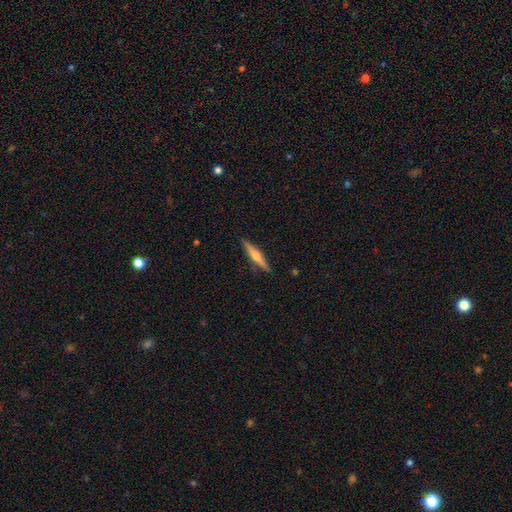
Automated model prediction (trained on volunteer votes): This appears to be a featured or disk galaxy (66%) viewed edge-on (98%) with a rounded central bulge (89%). Merging: none (91%).